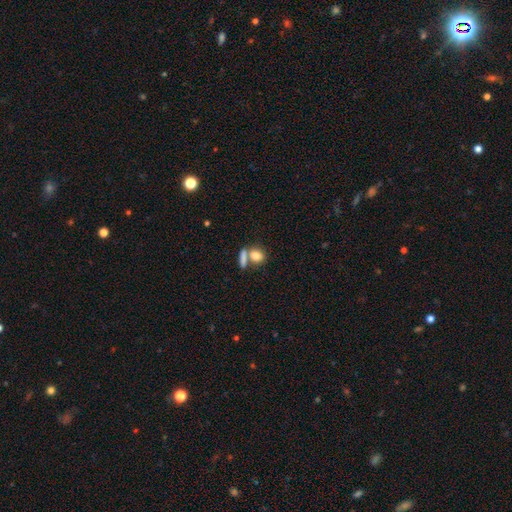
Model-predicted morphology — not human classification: This is clearly a smooth galaxy (81%). How rounded: possibly round (54%). Merging: possibly none (52%).